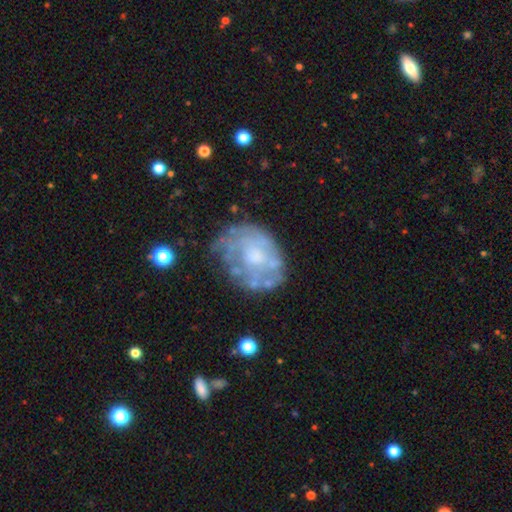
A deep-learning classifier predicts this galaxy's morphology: Smooth or featured? Predicted: featured or disk (p=0.66). Edge-on disk? Predicted: no (p=0.97). Bar? Predicted: no (p=0.83). Spiral arms? Predicted: no (p=0.62). Bulge size? Predicted: moderate (p=0.45). Merging? Predicted: none (p=0.57).